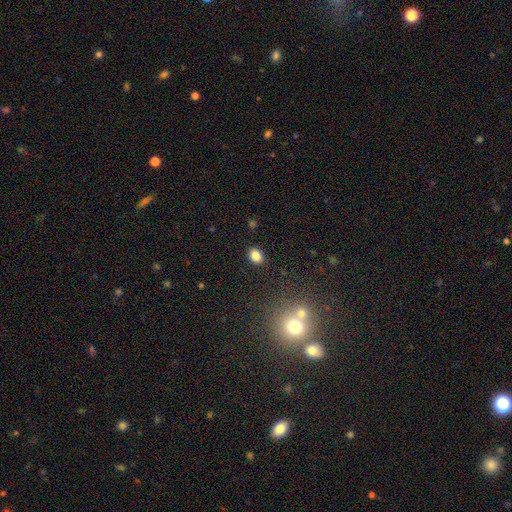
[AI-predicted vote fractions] A smooth galaxy with no disk features (84%) that is in between round and cigar-shaped (61%). Merging: none (88%).